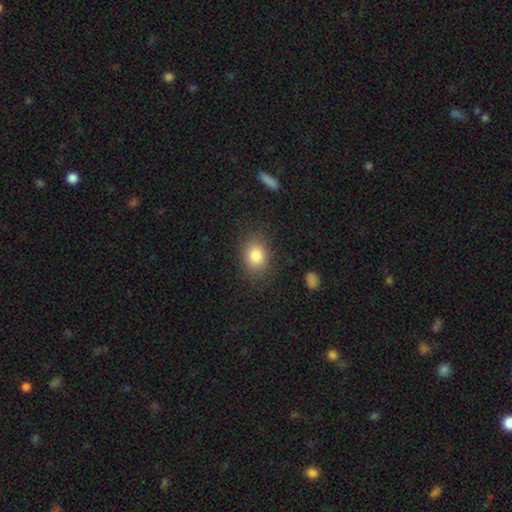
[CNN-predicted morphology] Q: Smooth or featured?
A: smooth (84%); runner-up: star or artifact (9%)
Q: How rounded?
A: in between (61%); runner-up: round (38%)
Q: Merging?
A: none (84%); runner-up: minor disturbance (11%)